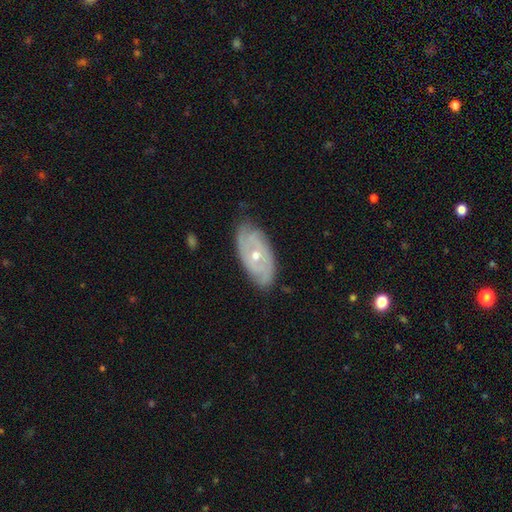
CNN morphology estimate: The model was most divided on "bulge size": moderate: 49%, small: 48%, large: 1%, none: 1%, dominant: 1%. Remaining: edge-on disk — no (92%); spiral arms — yes (88%); smooth or featured — featured or disk (79%); merging — none (76%); bar — no (75%); spiral winding — tight (67%); spiral arm count — 2 (37%).